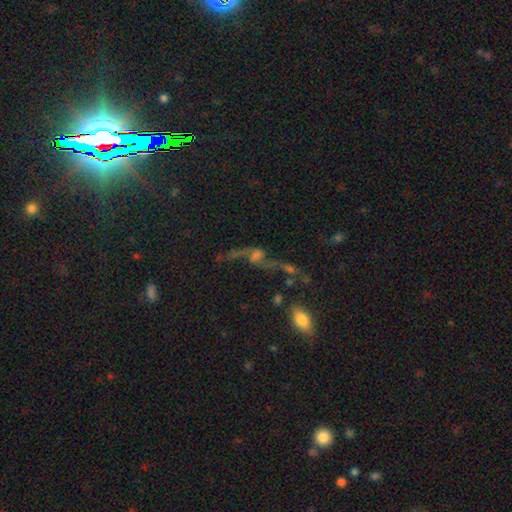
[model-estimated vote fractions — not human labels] A star or artifact, not a galaxy (43%).

Vote fractions:
- Smooth or featured? star or artifact: 43% / featured or disk: 39% / smooth: 18%